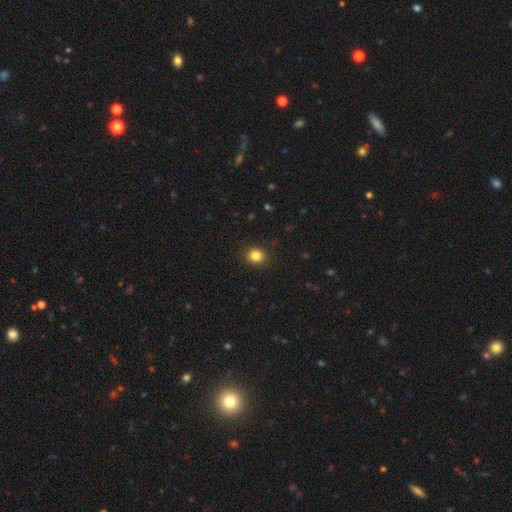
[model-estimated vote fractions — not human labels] This appears to be a smooth galaxy with no disk features (84%) that is round (74%). Merging: none (91%).